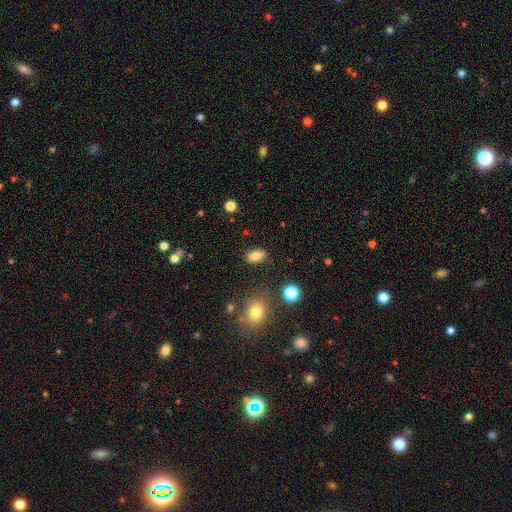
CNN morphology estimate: This appears to be a smooth galaxy with no disk features (83%) that is in between round and cigar-shaped (88%). Merging: none (85%).